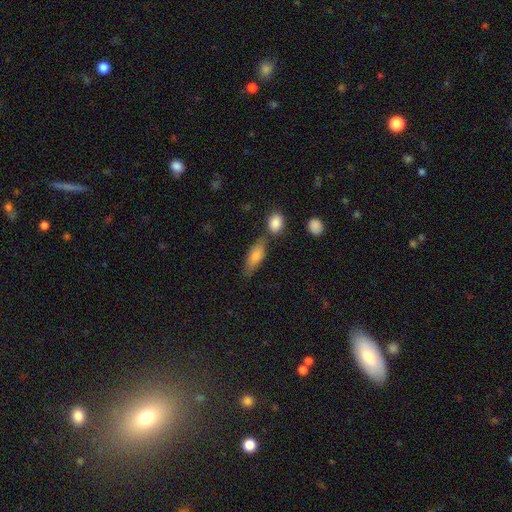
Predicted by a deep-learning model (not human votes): Smooth or featured? smooth (75%)
How rounded? in between (68%)
Merging? none (58%)